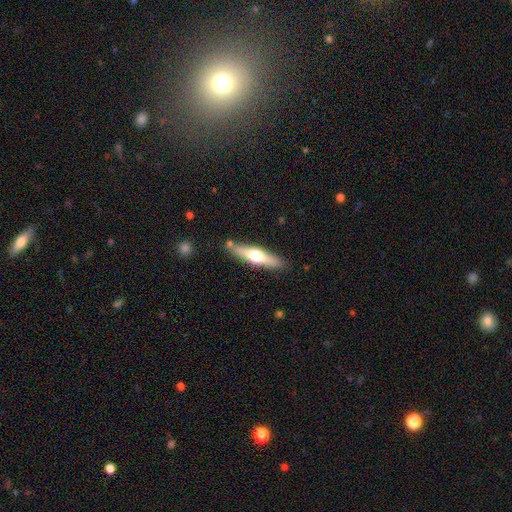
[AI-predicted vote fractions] Smooth or featured: featured or disk — 50% (smooth — 45%)
Merging: none — 83% (minor disturbance — 11%)